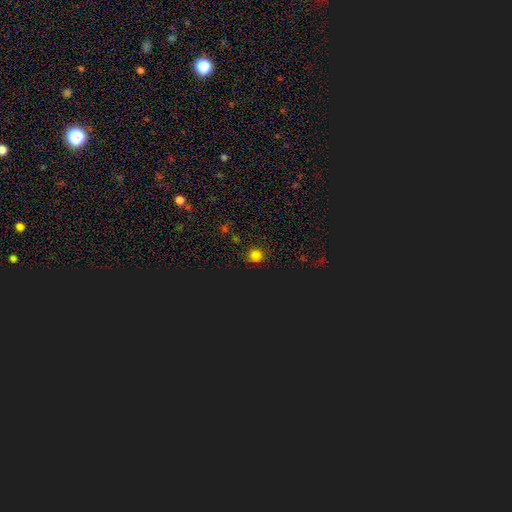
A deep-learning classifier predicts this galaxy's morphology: smooth_or_featured: smooth (p=0.71) [alt: star or artifact p=0.25]
how_rounded: round (p=0.91) [alt: in between p=0.08]
merging: none (p=0.86) [alt: minor disturbance p=0.09]